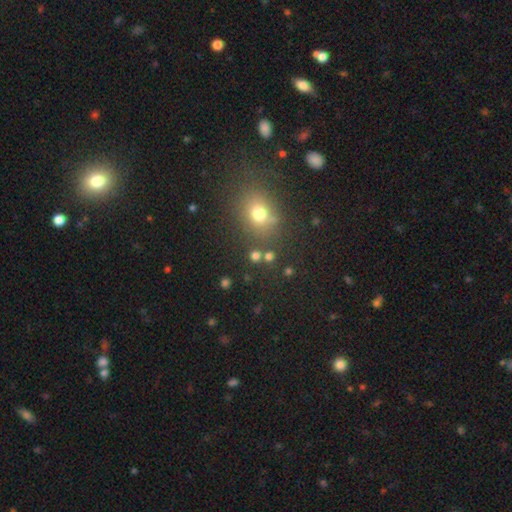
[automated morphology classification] This appears to be a smooth galaxy with no disk features (72%) that is round (86%). Merging: none (76%).